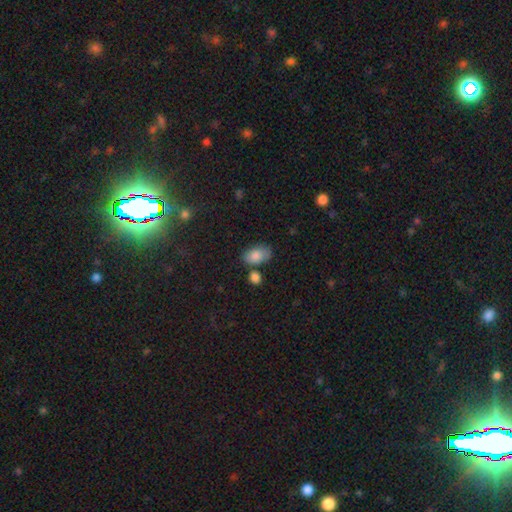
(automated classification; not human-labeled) Overall: smooth (84%). How rounded: in between (91%). Merging: none (64%).